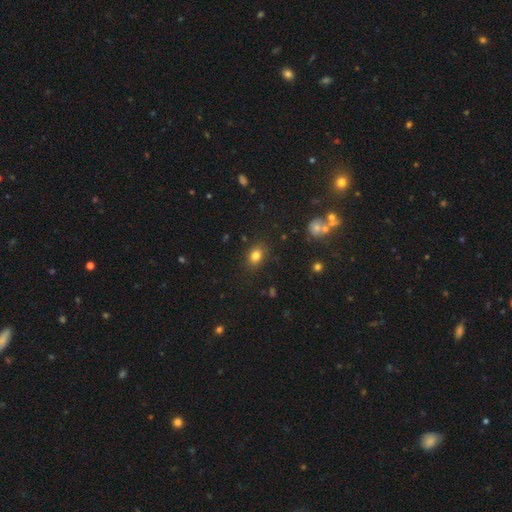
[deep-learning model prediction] The model was most divided on "how rounded": in between: 62%, round: 37%, cigar-shaped: 1%. More confident: merging — none (84%); smooth or featured — smooth (81%).